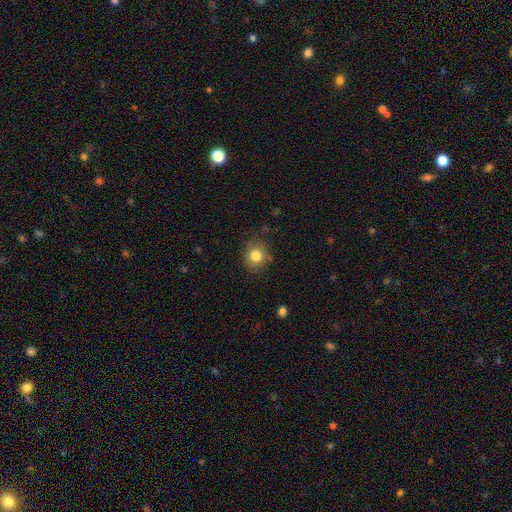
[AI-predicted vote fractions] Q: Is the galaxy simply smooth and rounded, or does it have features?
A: smooth — 81%.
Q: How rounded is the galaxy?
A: round — 83%.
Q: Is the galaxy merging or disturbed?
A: none — 79%.